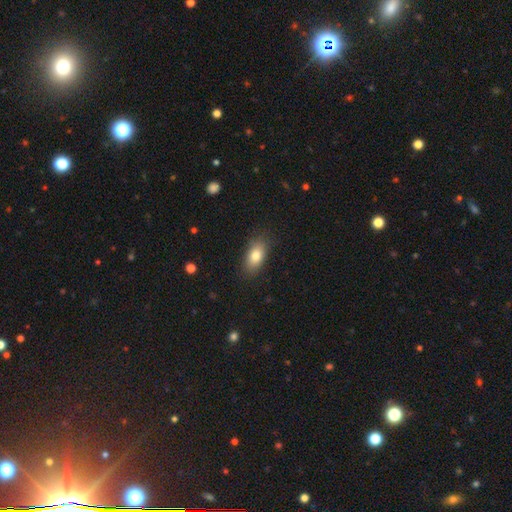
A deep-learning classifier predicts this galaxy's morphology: The model was most divided on "smooth or featured": smooth: 79%, featured or disk: 12%, star or artifact: 8%. More confident: how rounded — in between (87%); merging — none (84%).